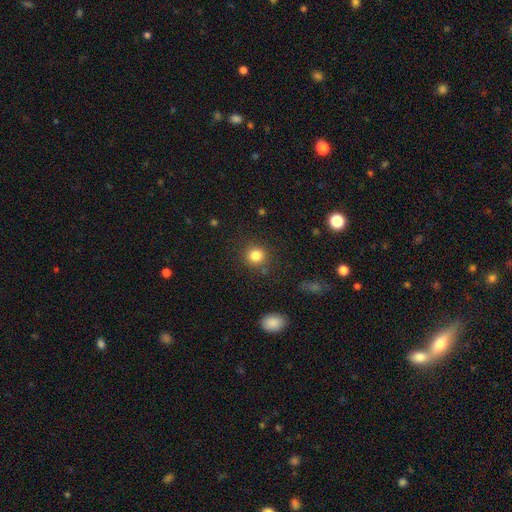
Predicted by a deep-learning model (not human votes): smooth-or-featured: smooth: 84% | star or artifact: 11% | featured or disk: 5%
  how-rounded: round: 90% | in between: 10% | cigar-shaped: 1%
  merging: none: 86% | minor disturbance: 8% | major disturbance: 3% | merger: 3%